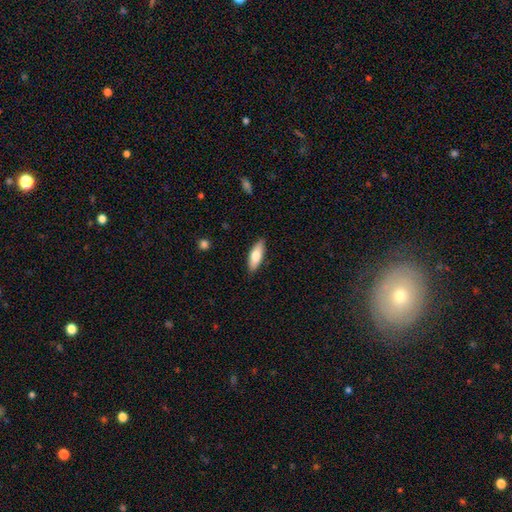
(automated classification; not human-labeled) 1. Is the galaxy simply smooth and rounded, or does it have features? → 75% smooth, 20% featured or disk, 6% star or artifact.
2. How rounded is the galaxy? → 63% in between, 35% cigar-shaped, 2% round.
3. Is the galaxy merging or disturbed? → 87% none, 10% minor disturbance, 2% major disturbance, 1% merger.